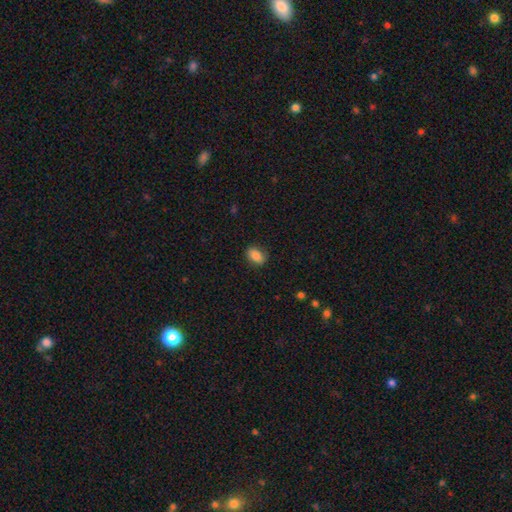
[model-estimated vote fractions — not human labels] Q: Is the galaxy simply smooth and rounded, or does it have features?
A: smooth — 86%.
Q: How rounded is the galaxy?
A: in between — 84%.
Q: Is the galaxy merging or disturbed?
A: none — 86%.